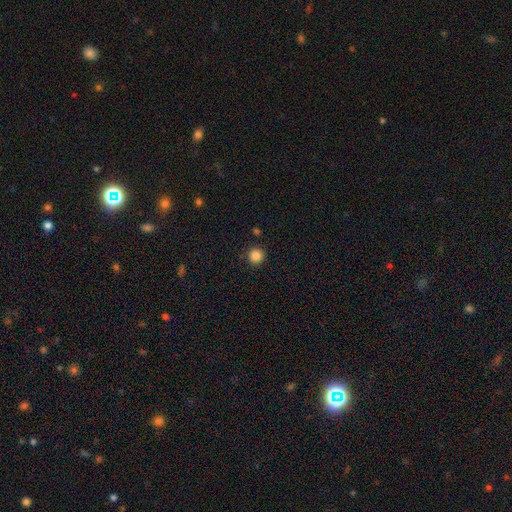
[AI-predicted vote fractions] smooth-or-featured: smooth: 86% | star or artifact: 11% | featured or disk: 3%
  how-rounded: round: 95% | in between: 4% | cigar-shaped: 1%
  merging: none: 90% | minor disturbance: 6% | major disturbance: 2% | merger: 2%